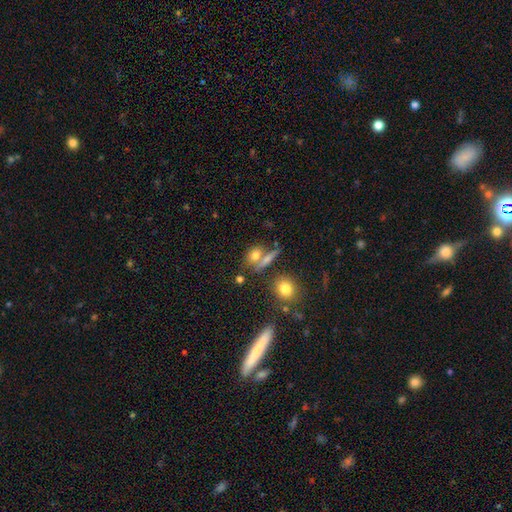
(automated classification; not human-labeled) Smooth or featured? Predicted: smooth (p=0.71). How rounded? Predicted: in between (p=0.51). Merging? Predicted: none (p=0.50).